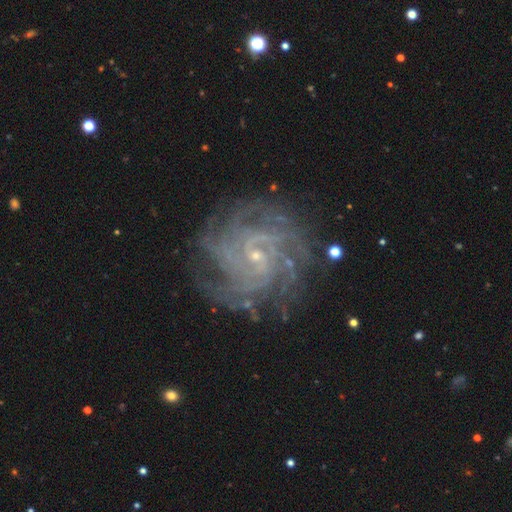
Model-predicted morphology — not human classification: This is clearly a featured or disk galaxy (88%). It is clearly not viewed edge-on (98%). Bar: possibly no (53%). Spiral arm pattern: clearly yes (98%). Spiral arm count: marginally more than 4 (25%). Spiral winding: likely tight (68%). Central bulge: clearly small (84%). Merging: likely none (80%).